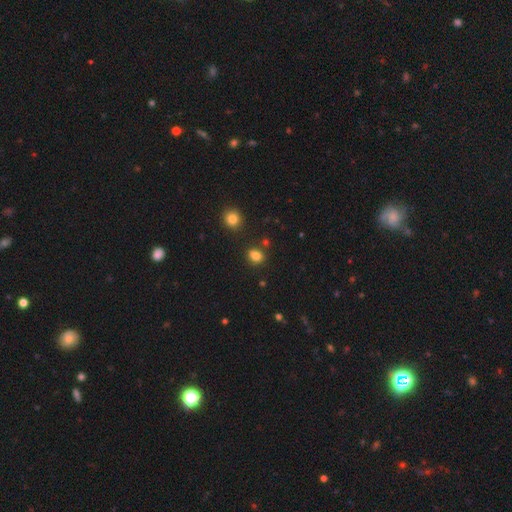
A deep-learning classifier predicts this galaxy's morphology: Smooth or featured?
  - smooth: 80% *
  - star or artifact: 14%
  - featured or disk: 6%
How rounded?
  - round: 56% *
  - in between: 43%
  - cigar-shaped: 1%
Merging?
  - none: 74% *
  - minor disturbance: 12%
  - merger: 11%
  - major disturbance: 3%